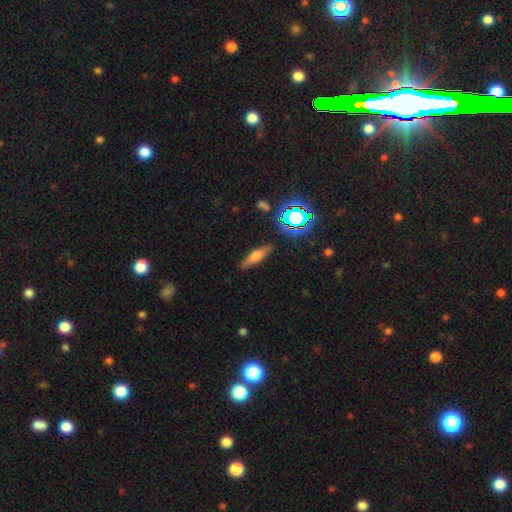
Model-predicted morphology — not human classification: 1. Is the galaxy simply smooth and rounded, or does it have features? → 50% smooth, 36% featured or disk, 14% star or artifact.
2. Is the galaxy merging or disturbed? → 84% none, 11% minor disturbance, 3% major disturbance, 2% merger.